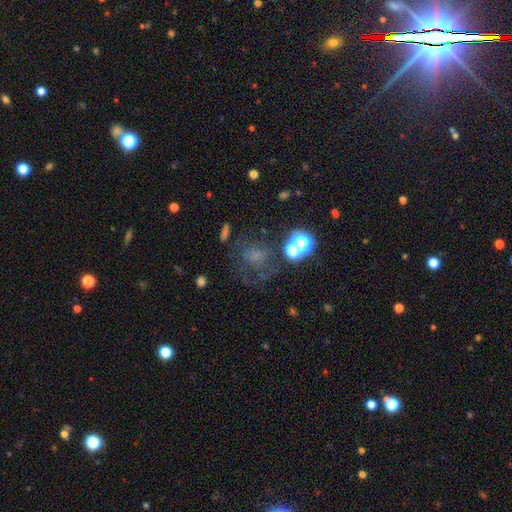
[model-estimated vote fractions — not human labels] Smooth or featured?
  - smooth: 43% *
  - star or artifact: 32%
  - featured or disk: 25%
Merging?
  - none: 48% *
  - major disturbance: 23%
  - minor disturbance: 19%
  - merger: 10%